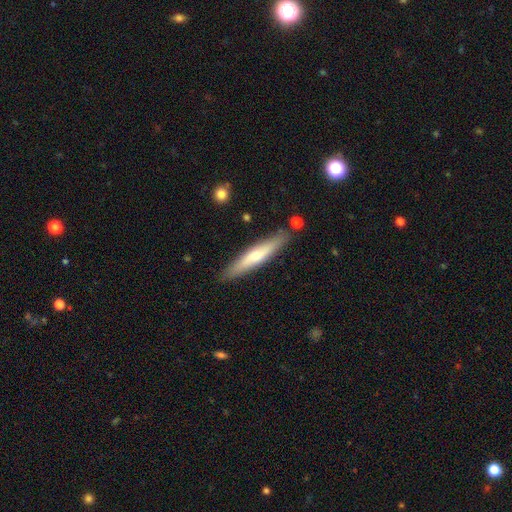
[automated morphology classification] This appears to be a smooth galaxy with no disk features (51%) that is cigar-shaped (89%). Merging: none (86%).